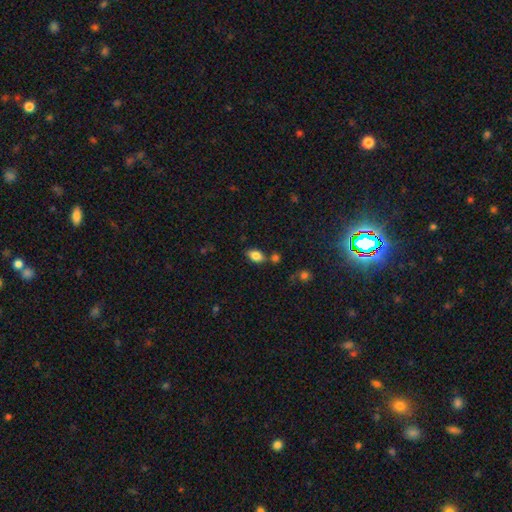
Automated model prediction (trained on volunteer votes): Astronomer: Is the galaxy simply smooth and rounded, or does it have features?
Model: smooth — 83%.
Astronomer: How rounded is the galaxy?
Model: in between — 88%.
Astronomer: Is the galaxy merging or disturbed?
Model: none — 73%.